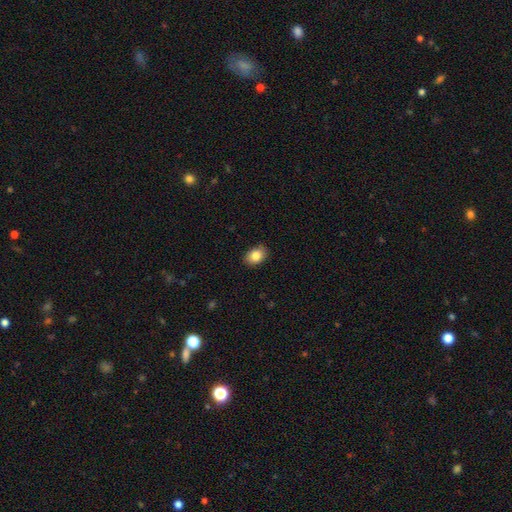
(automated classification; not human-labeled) smooth-or-featured: smooth: 86% | star or artifact: 8% | featured or disk: 6%
  how-rounded: in between: 76% | round: 23% | cigar-shaped: 1%
  merging: none: 86% | minor disturbance: 11% | major disturbance: 2% | merger: 1%